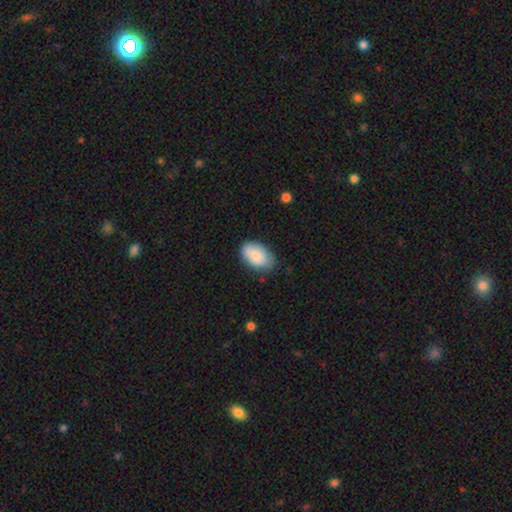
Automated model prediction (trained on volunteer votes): Smooth or featured: smooth — 83% (featured or disk — 11%)
How rounded: in between — 92% (round — 7%)
Merging: none — 75% (minor disturbance — 20%)